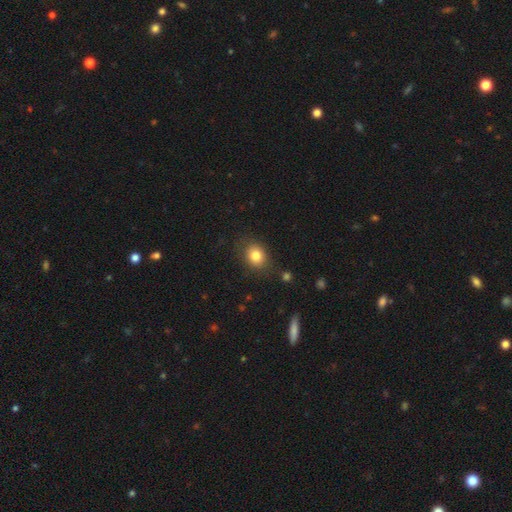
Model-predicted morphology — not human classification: Q: Smooth or featured?
A: smooth (82%); runner-up: star or artifact (11%)
Q: How rounded?
A: round (56%); runner-up: in between (43%)
Q: Merging?
A: none (82%); runner-up: minor disturbance (12%)